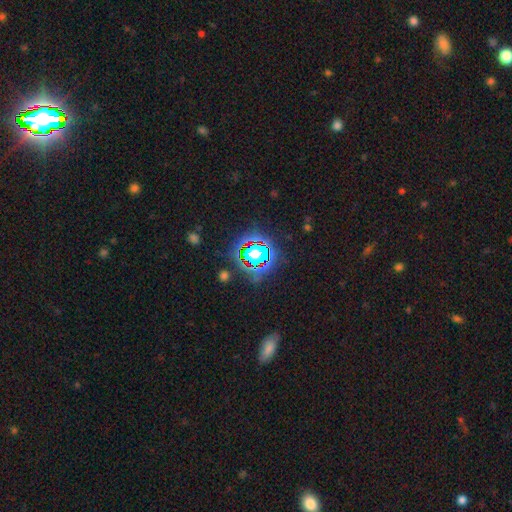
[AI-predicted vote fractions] The model was most divided on "smooth or featured": star or artifact: 77%, smooth: 15%, featured or disk: 8%.